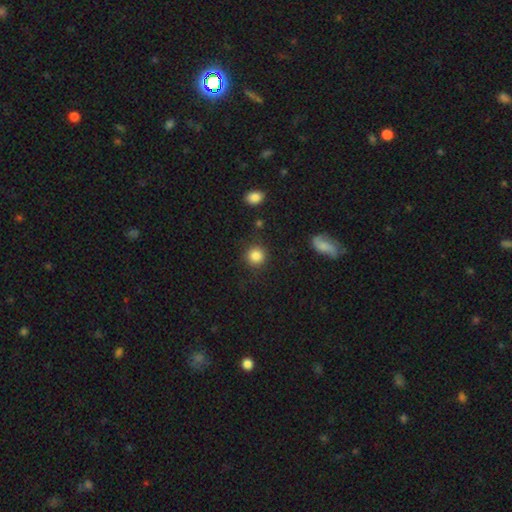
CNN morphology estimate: A smooth galaxy with no disk features (86%) that is round (92%).

Vote fractions:
- Smooth or featured? smooth: 86% / star or artifact: 9% / featured or disk: 4%
- How rounded? round: 92% / in between: 7% / cigar-shaped: 1%
- Merging? none: 87% / minor disturbance: 7% / major disturbance: 3% / merger: 2%